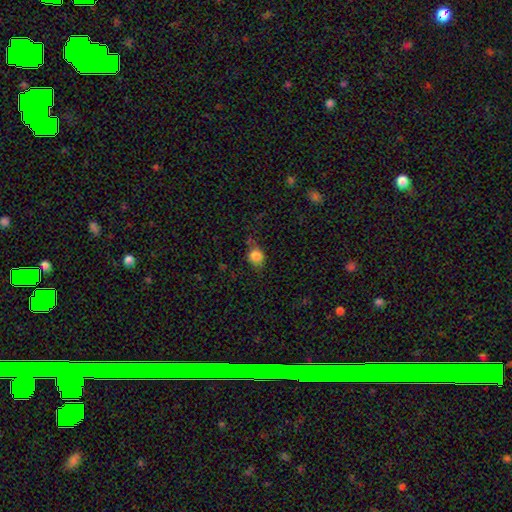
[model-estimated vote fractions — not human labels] Smooth or featured? Predicted: smooth (p=0.82). How rounded? Predicted: round (p=0.58). Merging? Predicted: none (p=0.59).